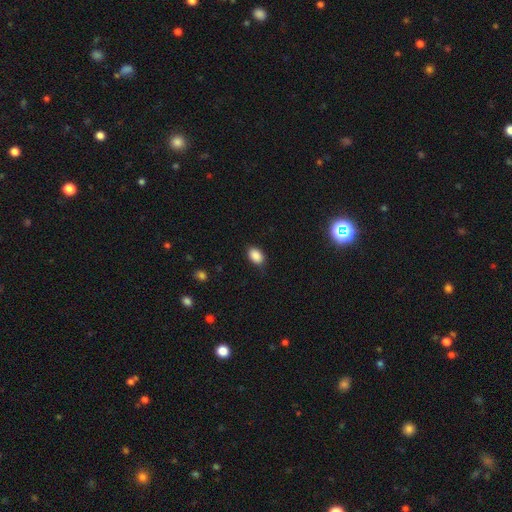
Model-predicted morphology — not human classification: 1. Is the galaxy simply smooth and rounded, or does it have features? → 88% smooth, 8% star or artifact, 3% featured or disk.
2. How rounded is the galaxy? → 84% in between, 15% round, 1% cigar-shaped.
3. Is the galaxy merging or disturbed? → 83% none, 13% minor disturbance, 3% major disturbance, 1% merger.